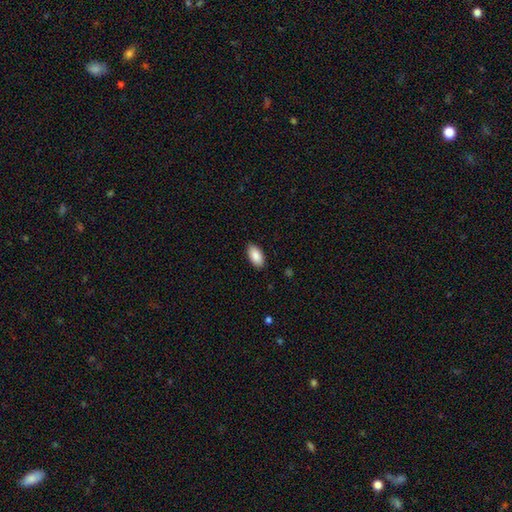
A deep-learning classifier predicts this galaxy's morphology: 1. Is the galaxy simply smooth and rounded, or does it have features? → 89% smooth, 6% star or artifact, 5% featured or disk.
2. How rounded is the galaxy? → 94% in between, 3% cigar-shaped, 2% round.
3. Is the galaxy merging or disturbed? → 87% none, 10% minor disturbance, 2% major disturbance, 1% merger.